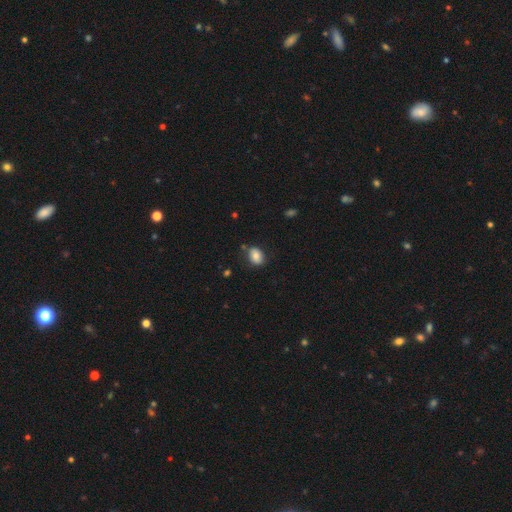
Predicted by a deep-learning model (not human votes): Smooth or featured? Predicted: smooth (p=0.78). How rounded? Predicted: in between (p=0.70). Merging? Predicted: none (p=0.77).